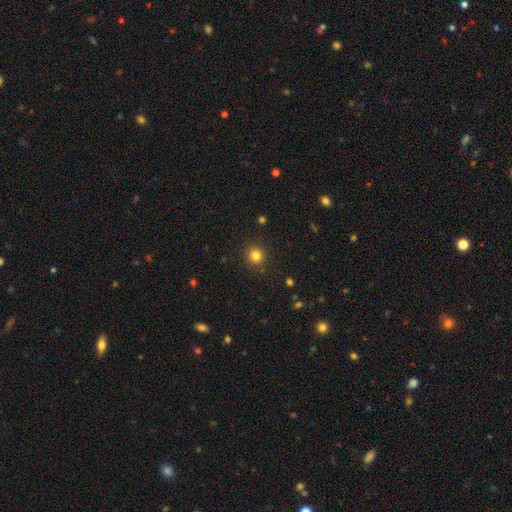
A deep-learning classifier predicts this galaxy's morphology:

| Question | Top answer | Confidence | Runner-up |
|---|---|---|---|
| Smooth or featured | smooth | 81% | star or artifact (13%) |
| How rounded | round | 94% | in between (6%) |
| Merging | none | 90% | minor disturbance (6%) |